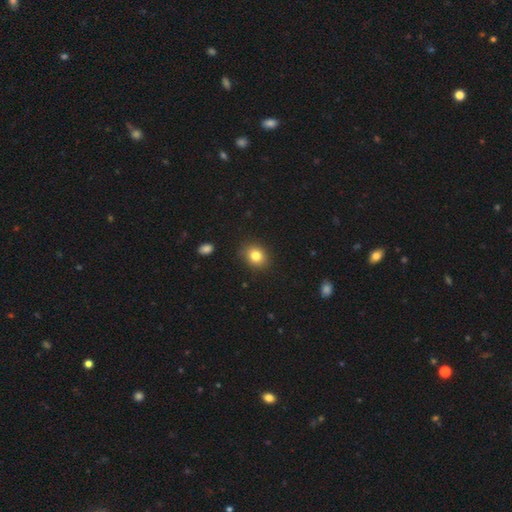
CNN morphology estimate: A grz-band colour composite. It shows a smooth galaxy with no disk features (82%) that is round (61%). Merging: none (88%).